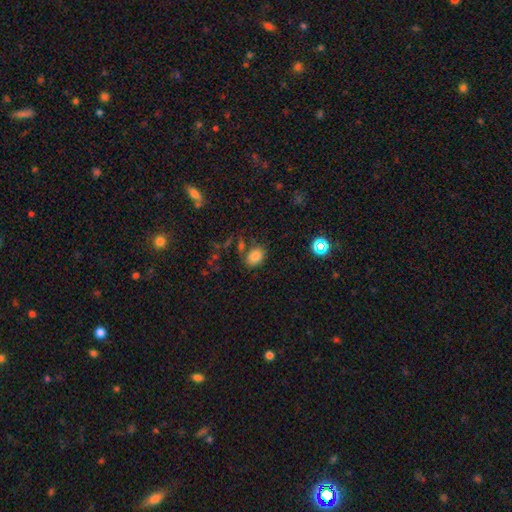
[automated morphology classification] Smooth or featured: smooth — 81% (star or artifact — 13%)
How rounded: in between — 70% (round — 29%)
Merging: none — 68% (minor disturbance — 16%)